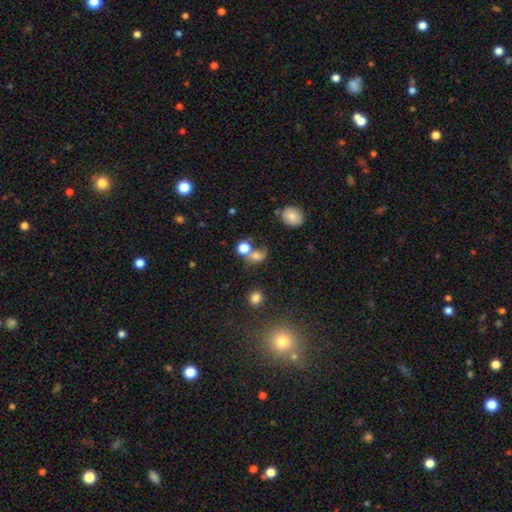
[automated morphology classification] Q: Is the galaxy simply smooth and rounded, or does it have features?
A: smooth — 66%.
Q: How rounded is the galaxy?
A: round — 59%.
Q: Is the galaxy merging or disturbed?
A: merger — 37%.